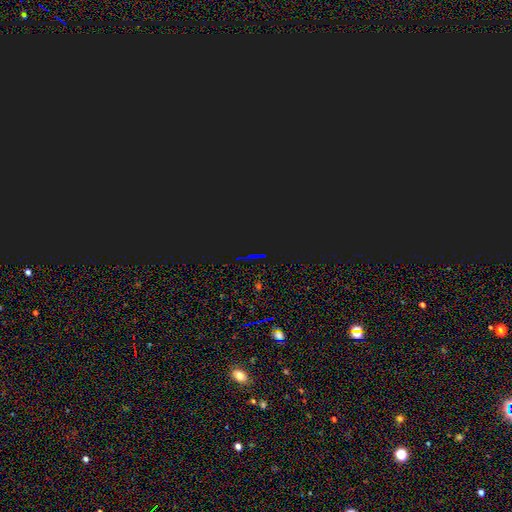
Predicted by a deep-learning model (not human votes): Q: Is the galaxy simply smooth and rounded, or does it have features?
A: star or artifact — 83%.